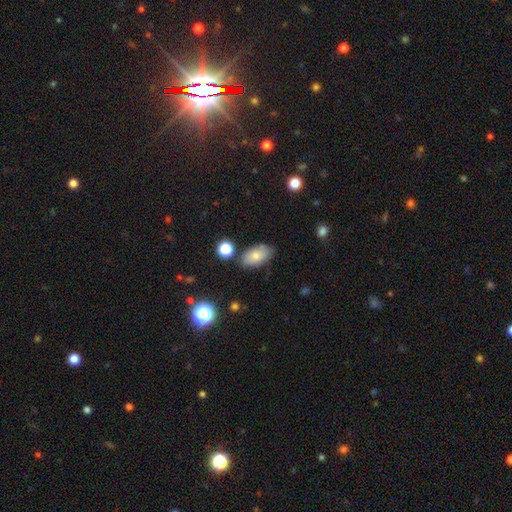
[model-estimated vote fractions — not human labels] Smooth or featured? smooth (77%)
How rounded? in between (91%)
Merging? none (76%)